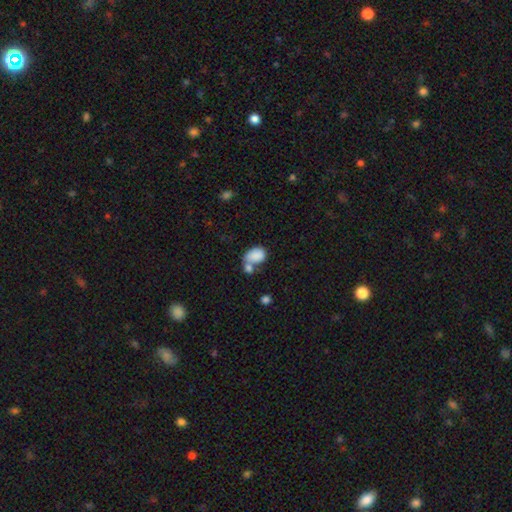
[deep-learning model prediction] This is clearly a smooth galaxy (82%). How rounded: likely in between (77%). Merging: possibly merger (51%).